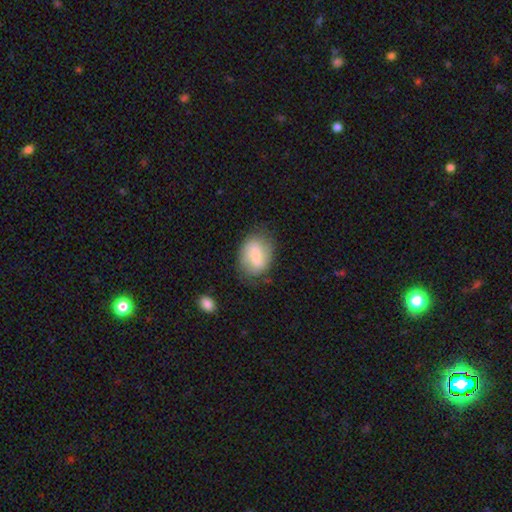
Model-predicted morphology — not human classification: Overall: smooth (55%; featured or disk 38%). How rounded: in between (68%; round 30%). Merging: none (69%).